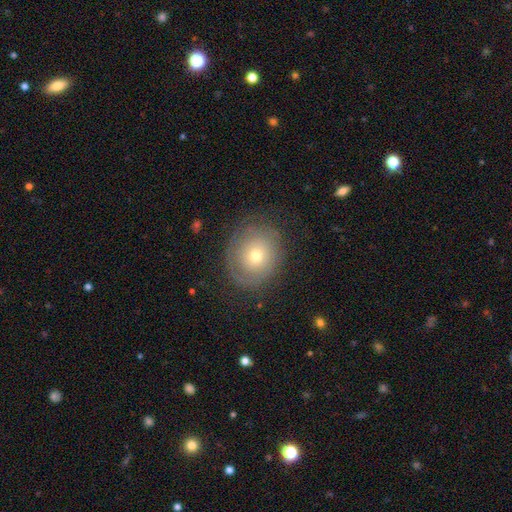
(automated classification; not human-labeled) Q: Smooth or featured?
A: smooth (49%); runner-up: featured or disk (40%)
Q: Merging?
A: none (76%); runner-up: minor disturbance (15%)